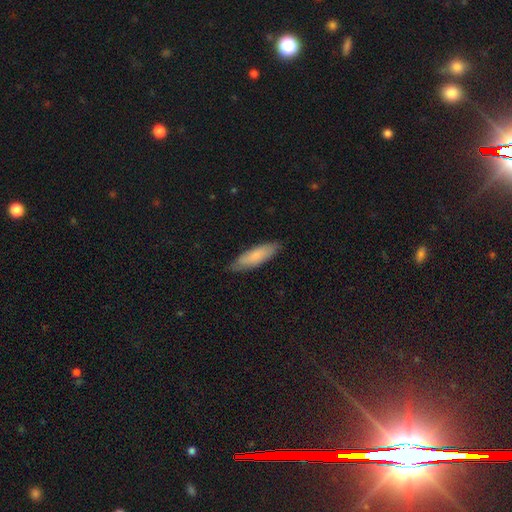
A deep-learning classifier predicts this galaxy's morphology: Smooth or featured? smooth (79%)
How rounded? cigar-shaped (55%)
Merging? none (82%)